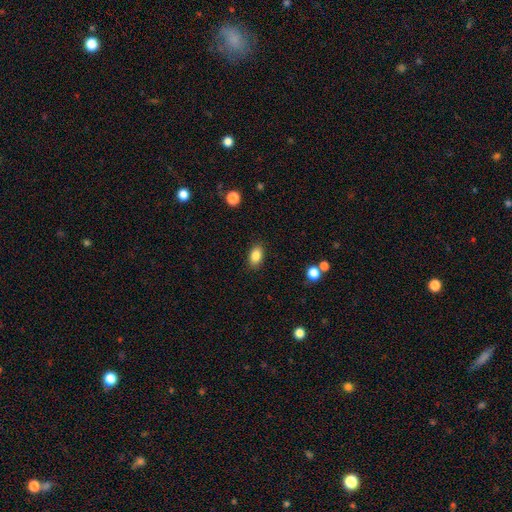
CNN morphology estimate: Q: Smooth or featured?
A: smooth (85%); runner-up: star or artifact (9%)
Q: How rounded?
A: in between (87%); runner-up: round (11%)
Q: Merging?
A: none (87%); runner-up: minor disturbance (9%)